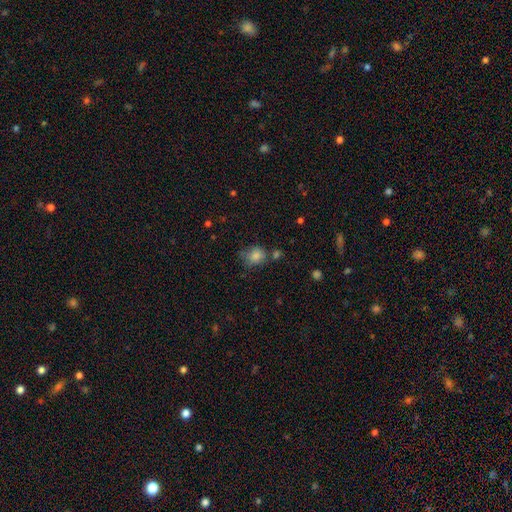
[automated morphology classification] This is clearly a smooth galaxy (82%). How rounded: likely round (63%). Merging: possibly none (57%).